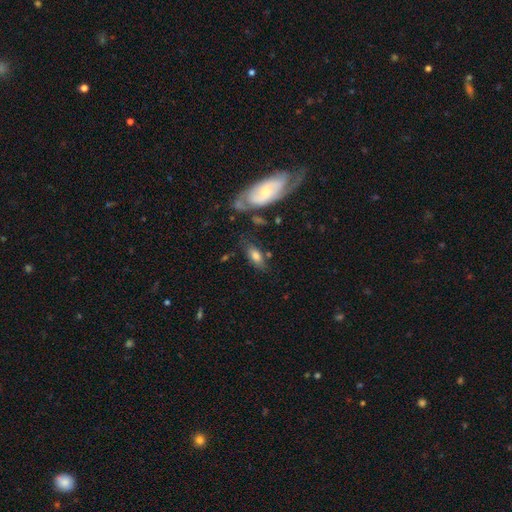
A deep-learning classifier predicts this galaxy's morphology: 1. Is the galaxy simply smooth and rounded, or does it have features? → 68% smooth, 23% featured or disk, 8% star or artifact.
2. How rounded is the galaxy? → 84% in between, 11% cigar-shaped, 5% round.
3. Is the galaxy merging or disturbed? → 62% none, 21% minor disturbance, 9% major disturbance, 8% merger.